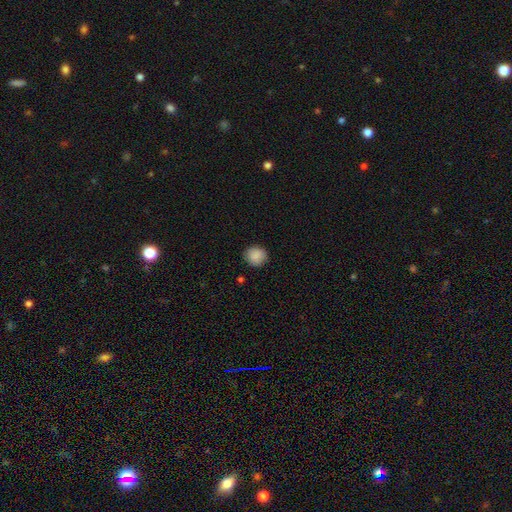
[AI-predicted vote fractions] The model was most divided on "how rounded": round: 86%, in between: 13%, cigar-shaped: 1%. More confident: smooth or featured — smooth (88%); merging — none (88%).